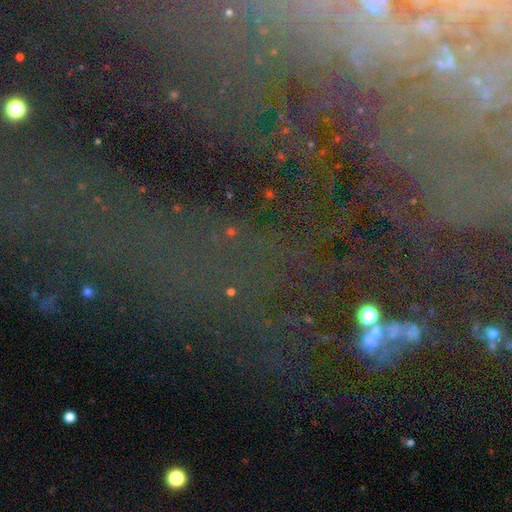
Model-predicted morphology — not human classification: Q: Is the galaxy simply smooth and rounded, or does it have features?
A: star or artifact — 66%.